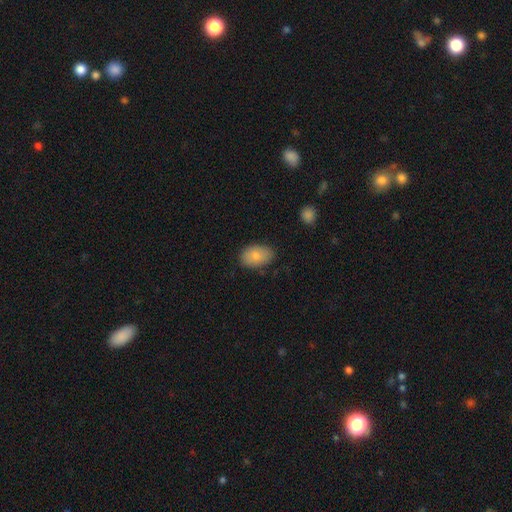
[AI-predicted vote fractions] A smooth galaxy with no disk features (81%) that is in between round and cigar-shaped (87%). Merging: none (80%).